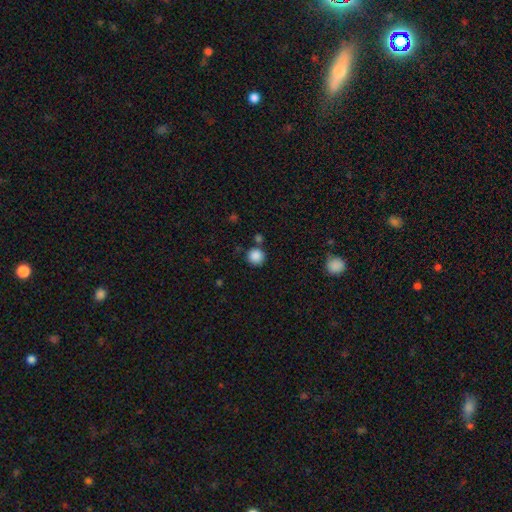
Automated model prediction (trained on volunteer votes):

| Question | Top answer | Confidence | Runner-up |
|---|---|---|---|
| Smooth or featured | smooth | 87% | star or artifact (10%) |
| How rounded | round | 94% | in between (5%) |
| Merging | none | 79% | minor disturbance (9%) |